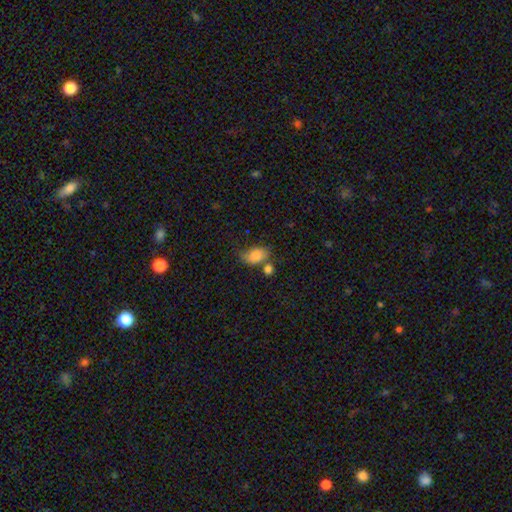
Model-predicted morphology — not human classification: Smooth or featured? smooth (82%)
How rounded? in between (85%)
Merging? none (47%)